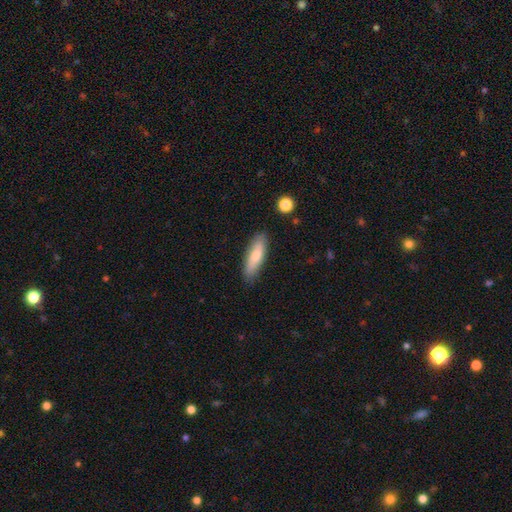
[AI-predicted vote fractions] A smooth galaxy with no disk features (77%) that is cigar-shaped (56%). Merging: none (84%).